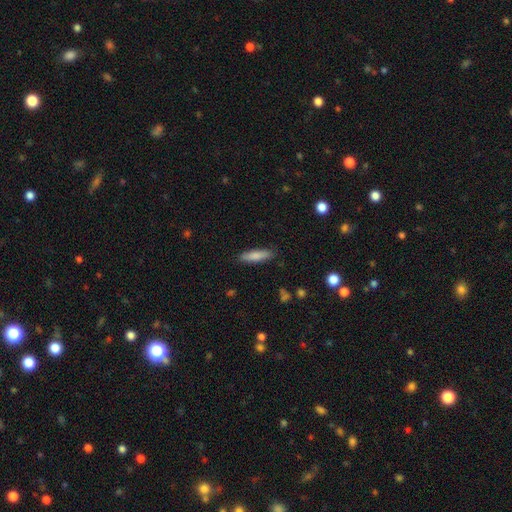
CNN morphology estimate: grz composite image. It shows a smooth galaxy with no disk features (80%) that is cigar-shaped (72%). Merging: none (88%).